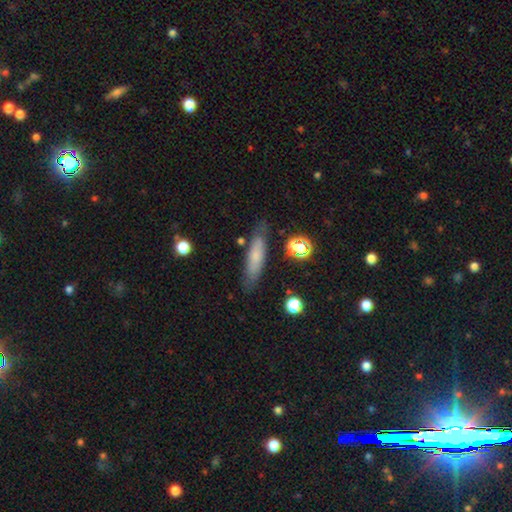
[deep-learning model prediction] Morphology: type=smooth (68%); roundness=cigar-shaped (67%); merging=none (79%).